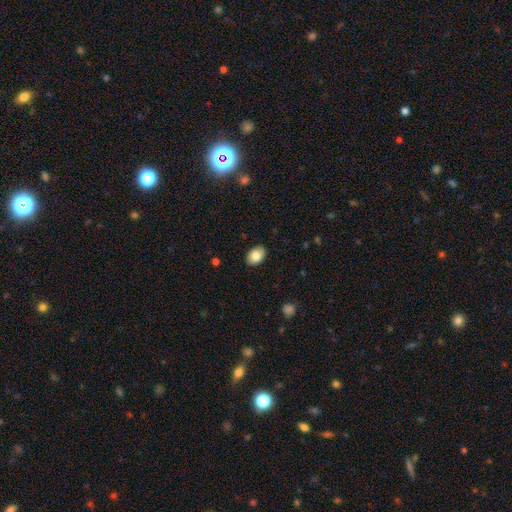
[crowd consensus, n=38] Smooth or featured?
  - smooth: 87% *
  - featured or disk: 11%
  - star or artifact: 3%
How rounded?
  - in between: 67% *
  - round: 33%
  - cigar-shaped: 0%
Merging?
  - none: 95% *
  - minor disturbance: 5%
  - major disturbance: 0%
  - merger: 0%